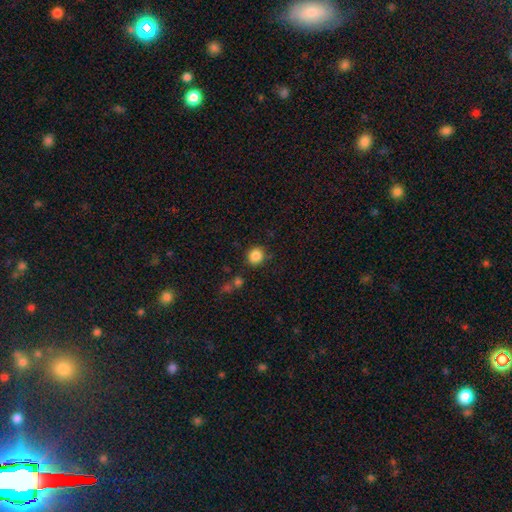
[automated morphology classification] A smooth galaxy with no disk features (86%) that is round (88%).

Vote fractions:
- Smooth or featured? smooth: 86% / star or artifact: 10% / featured or disk: 4%
- How rounded? round: 88% / in between: 11% / cigar-shaped: 1%
- Merging? none: 84% / minor disturbance: 9% / merger: 4% / major disturbance: 3%